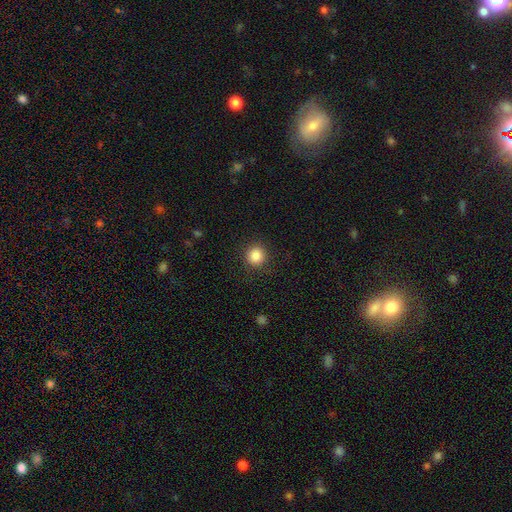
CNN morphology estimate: Smooth or featured? Predicted: smooth (p=0.87). How rounded? Predicted: round (p=0.93). Merging? Predicted: none (p=0.90).